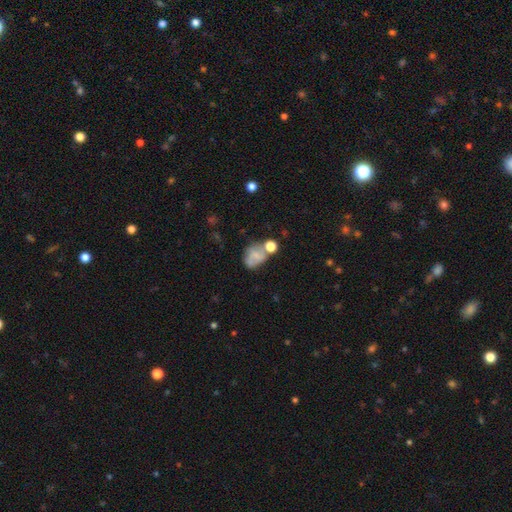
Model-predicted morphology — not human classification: Smooth or featured: smooth — 61% (featured or disk — 26%)
How rounded: in between — 63% (round — 36%)
Merging: none — 39% (merger — 27%)